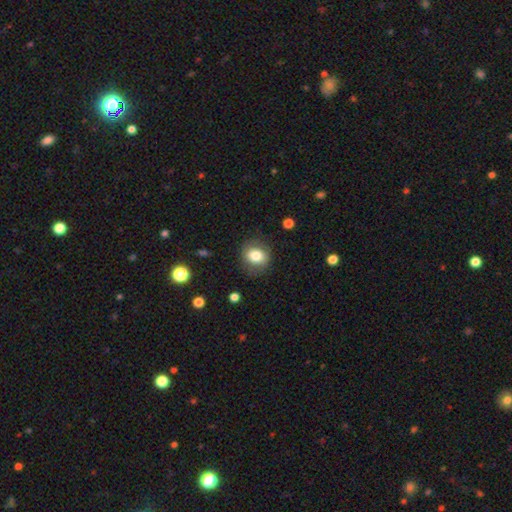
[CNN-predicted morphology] Q: Smooth or featured?
A: smooth (79%); runner-up: featured or disk (12%)
Q: How rounded?
A: round (64%); runner-up: in between (35%)
Q: Merging?
A: none (80%); runner-up: minor disturbance (14%)